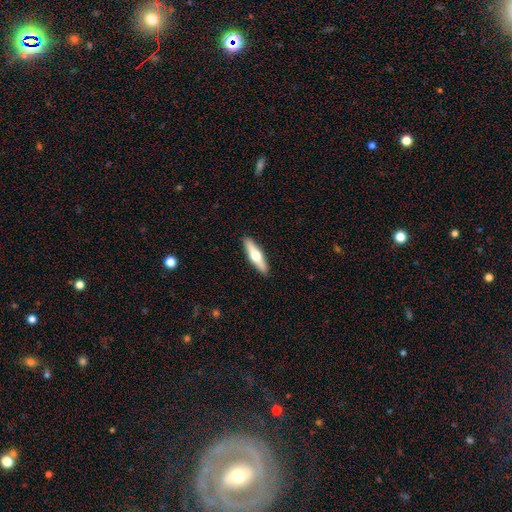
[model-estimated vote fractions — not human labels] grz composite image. It shows a featured or disk galaxy (50%). Merging: none (91%).